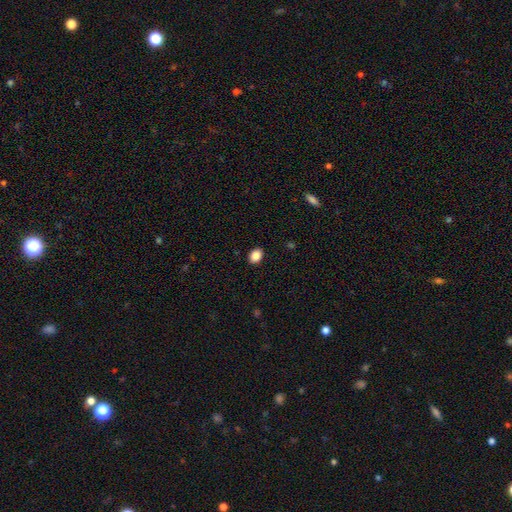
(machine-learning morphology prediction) smooth_or_featured: smooth (p=0.87) [alt: star or artifact p=0.09]
how_rounded: in between (p=0.62) [alt: round p=0.37]
merging: none (p=0.90) [alt: minor disturbance p=0.07]